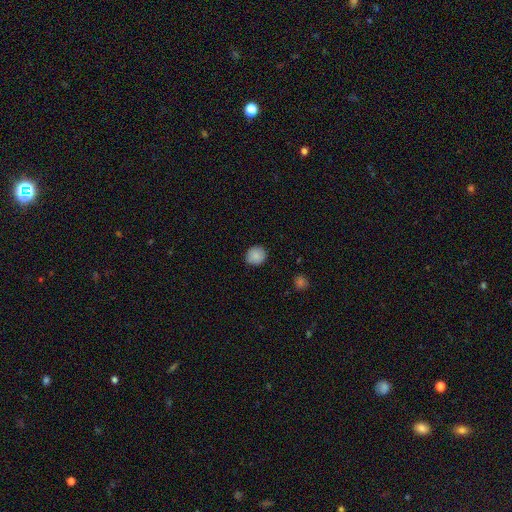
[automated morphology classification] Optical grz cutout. It shows a smooth galaxy with no disk features (88%) that is round (86%). Merging: none (89%).